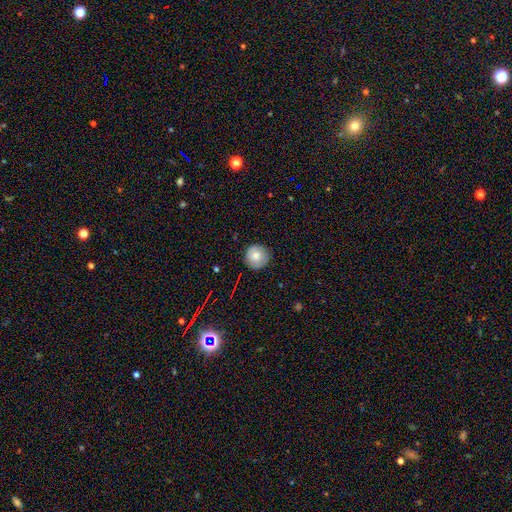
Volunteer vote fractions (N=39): smooth-or-featured: smooth: 77% | featured or disk: 18% | star or artifact: 5%
  how-rounded: round: 100% | in between: 0% | cigar-shaped: 0%
  merging: none: 78% | minor disturbance: 14% | major disturbance: 8% | merger: 0%